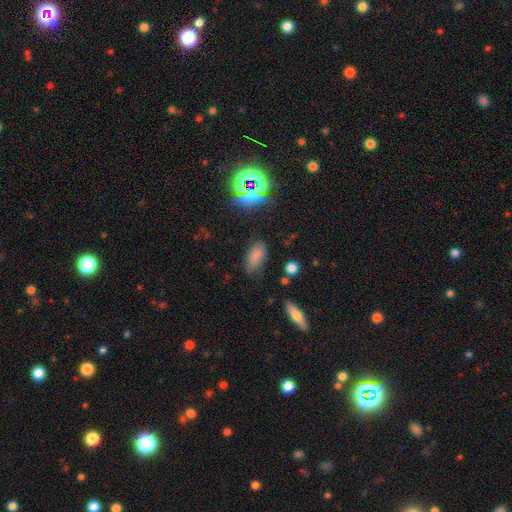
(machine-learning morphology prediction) Smooth or featured?
  - smooth: 71% *
  - star or artifact: 19%
  - featured or disk: 11%
How rounded?
  - in between: 90% *
  - cigar-shaped: 6%
  - round: 4%
Merging?
  - none: 66% *
  - minor disturbance: 23%
  - major disturbance: 7%
  - merger: 4%